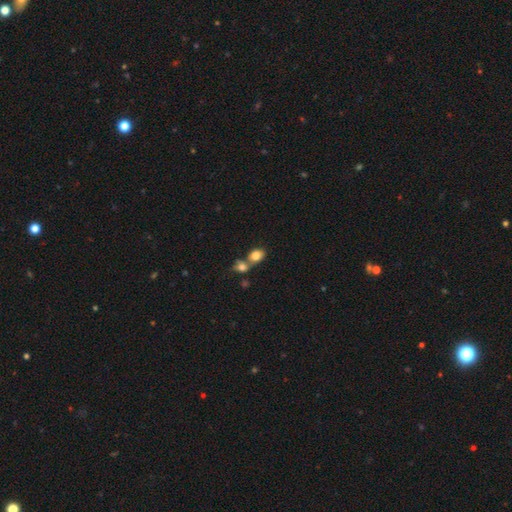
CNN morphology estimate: Smooth or featured?
  - smooth: 81% *
  - featured or disk: 10%
  - star or artifact: 9%
How rounded?
  - in between: 61% *
  - round: 38%
  - cigar-shaped: 2%
Merging?
  - merger: 55% *
  - none: 33%
  - minor disturbance: 9%
  - major disturbance: 4%